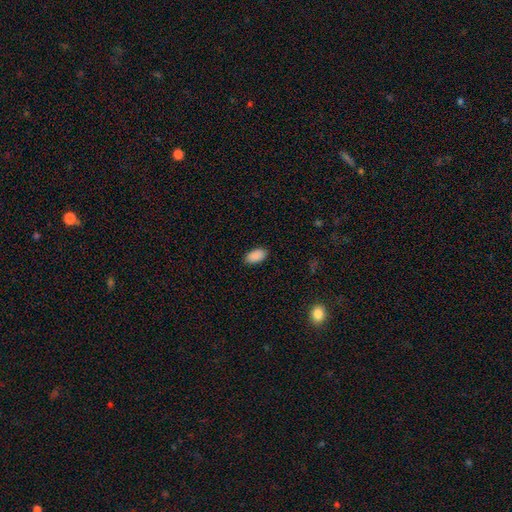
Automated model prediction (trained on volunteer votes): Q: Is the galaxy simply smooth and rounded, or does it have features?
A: smooth — 90%.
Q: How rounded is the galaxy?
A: in between — 95%.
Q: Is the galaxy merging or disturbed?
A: none — 88%.